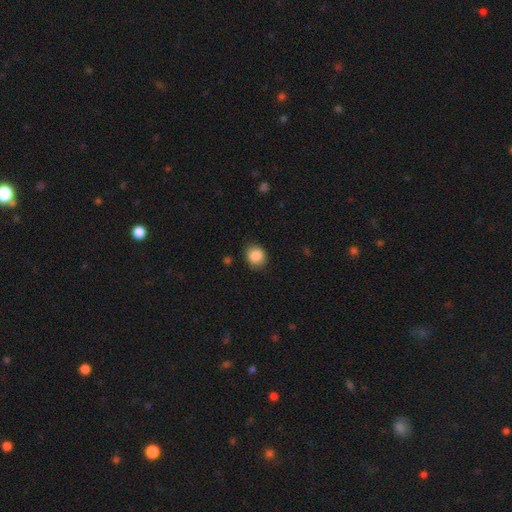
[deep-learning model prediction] Smooth or featured: smooth — 87% (star or artifact — 9%)
How rounded: round — 74% (in between — 26%)
Merging: none — 85% (minor disturbance — 12%)